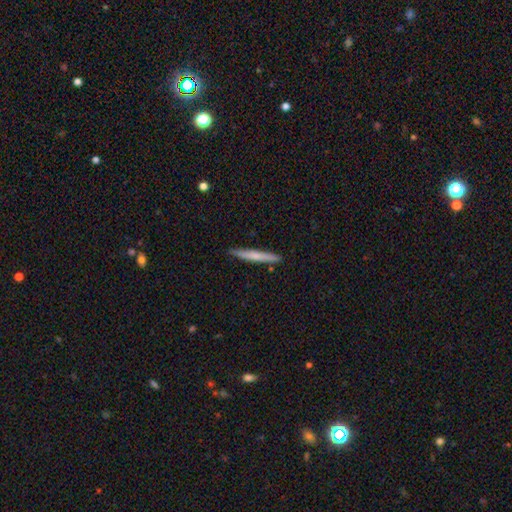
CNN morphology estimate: The model was most divided on "smooth or featured": smooth: 61%, featured or disk: 34%, star or artifact: 5%. More confident: how rounded — cigar-shaped (96%); merging — none (90%).